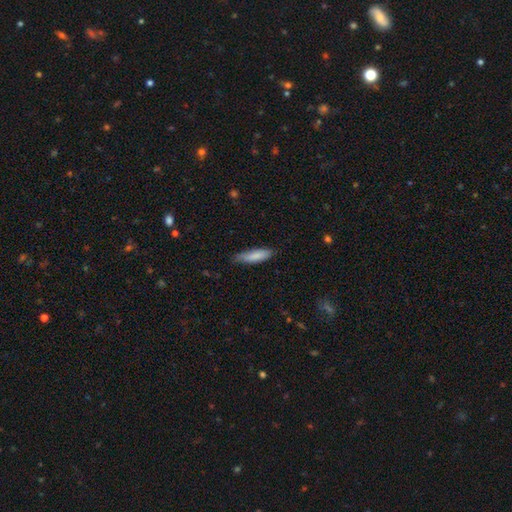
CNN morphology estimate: Overall: smooth (83%). How rounded: cigar-shaped (66%; in between 33%). Merging: none (72%).